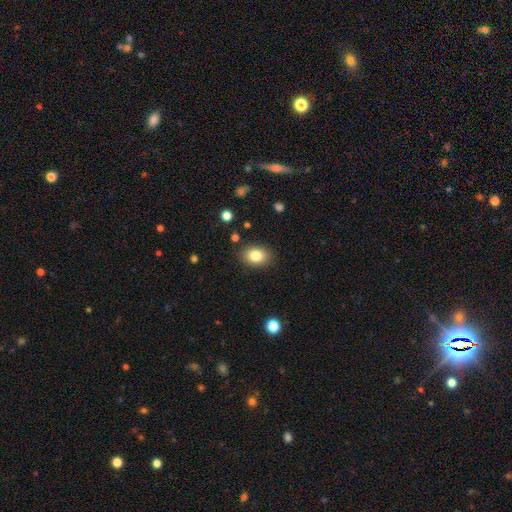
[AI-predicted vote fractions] This appears to be a smooth galaxy with no disk features (83%) that is in between round and cigar-shaped (73%). Merging: none (87%).